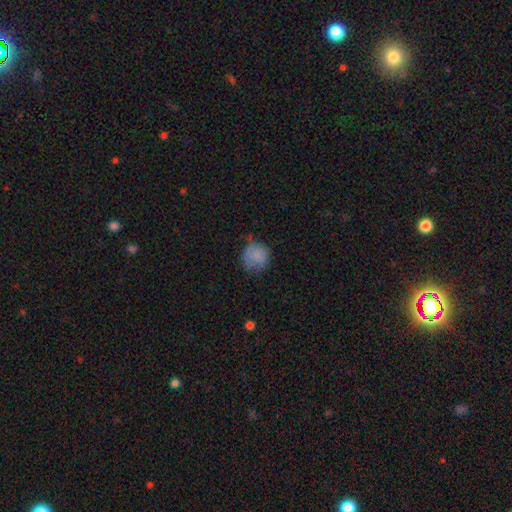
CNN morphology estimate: This appears to be a smooth galaxy with no disk features (77%) that is round (86%). Merging: none (56%).